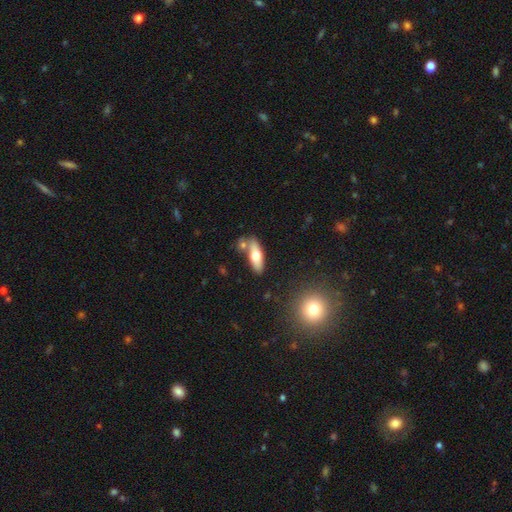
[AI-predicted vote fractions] Overall: smooth (62%; featured or disk 31%). How rounded: in between (59%; cigar-shaped 38%). Merging: none (68%).